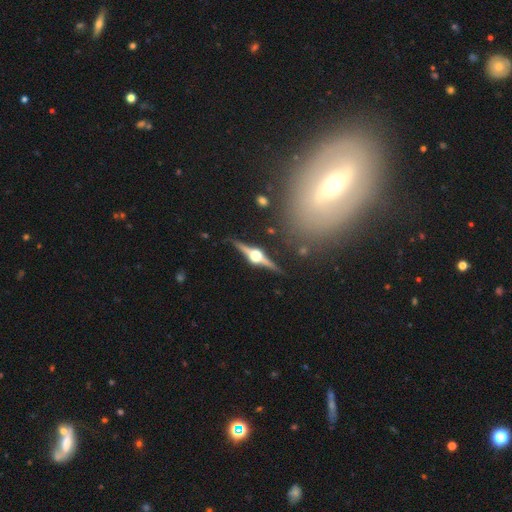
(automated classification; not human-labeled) featured or disk 88%, smooth 6%, star or artifact 5%. Down the decision tree: edge-on disk — yes (97%); edge-on bulge — rounded (96%); merging — none (88%).